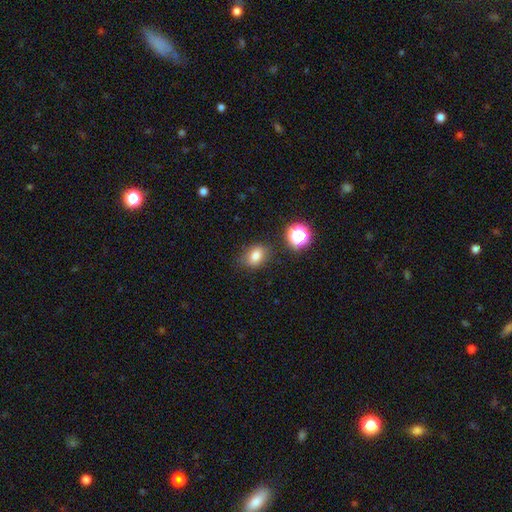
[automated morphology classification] This is likely a smooth galaxy (79%). How rounded: likely in between (68%). Merging: likely none (78%).